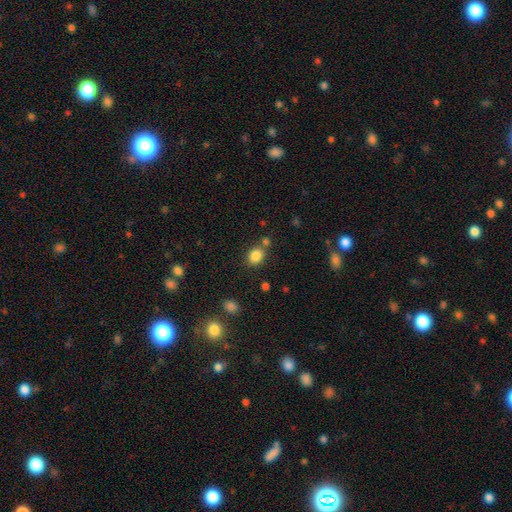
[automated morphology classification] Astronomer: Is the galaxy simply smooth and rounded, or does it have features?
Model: smooth — 84%.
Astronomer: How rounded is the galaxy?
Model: in between — 55% (runner-up: round, 44%).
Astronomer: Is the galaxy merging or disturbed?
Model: none — 69%.